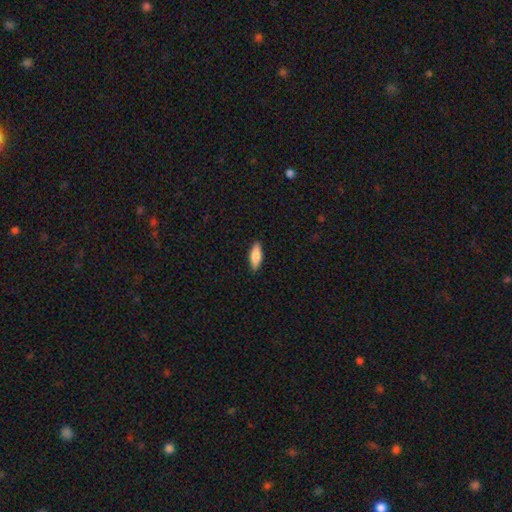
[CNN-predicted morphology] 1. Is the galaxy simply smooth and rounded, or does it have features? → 80% smooth, 14% featured or disk, 6% star or artifact.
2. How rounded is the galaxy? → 57% in between, 41% cigar-shaped, 2% round.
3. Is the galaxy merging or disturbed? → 88% none, 9% minor disturbance, 2% major disturbance, 1% merger.